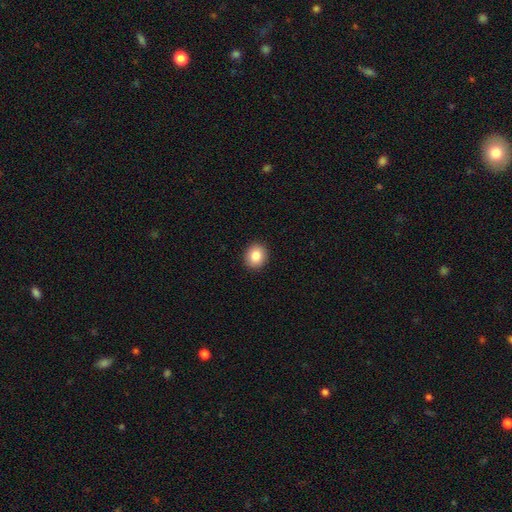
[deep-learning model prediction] This is clearly a smooth galaxy (86%). How rounded: likely round (70%). Merging: clearly none (92%).